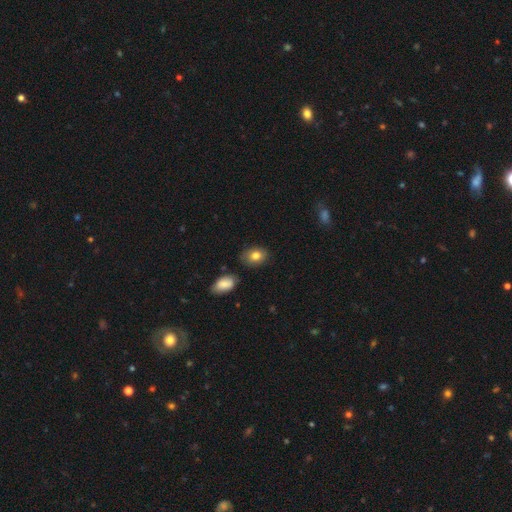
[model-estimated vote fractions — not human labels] Smooth or featured: smooth — 81% (featured or disk — 10%)
How rounded: in between — 72% (round — 27%)
Merging: none — 80% (minor disturbance — 14%)